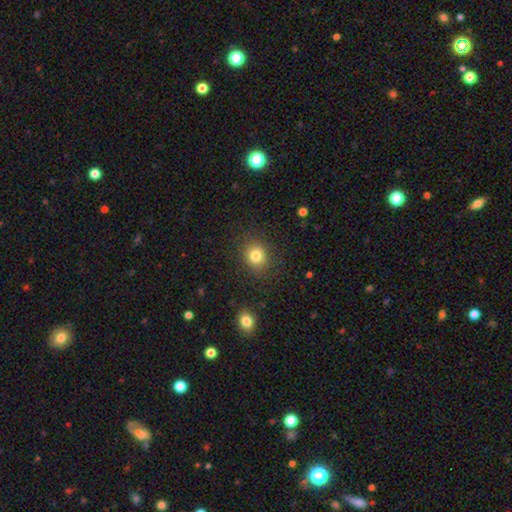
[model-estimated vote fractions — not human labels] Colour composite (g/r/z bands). It shows a smooth galaxy with no disk features (80%) that is round (75%). Merging: none (85%).